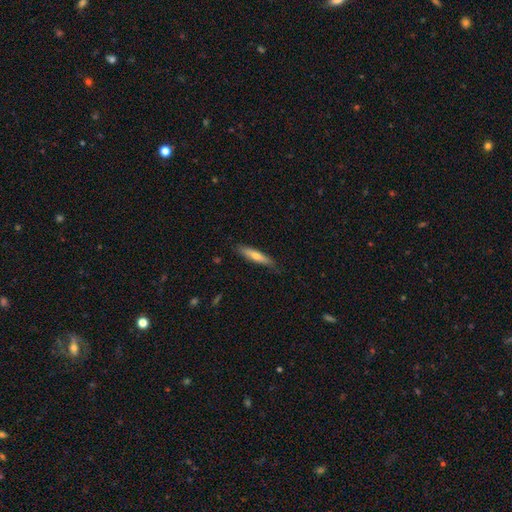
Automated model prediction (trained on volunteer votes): Q: Smooth or featured?
A: smooth (60%); runner-up: featured or disk (35%)
Q: How rounded?
A: cigar-shaped (86%); runner-up: in between (13%)
Q: Merging?
A: none (84%); runner-up: minor disturbance (13%)